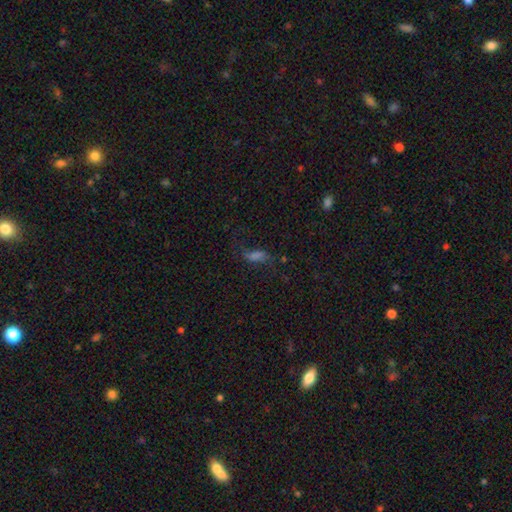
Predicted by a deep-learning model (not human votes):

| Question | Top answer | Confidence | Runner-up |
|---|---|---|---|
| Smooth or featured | smooth | 45% | featured or disk (34%) |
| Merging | none | 54% | major disturbance (22%) |